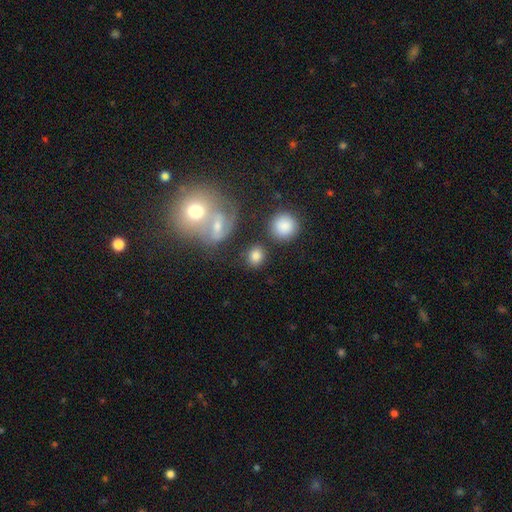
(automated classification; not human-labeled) Smooth or featured?
  - smooth: 82% *
  - star or artifact: 10%
  - featured or disk: 8%
How rounded?
  - round: 72% *
  - in between: 27%
  - cigar-shaped: 1%
Merging?
  - none: 73% *
  - minor disturbance: 11%
  - merger: 10%
  - major disturbance: 5%